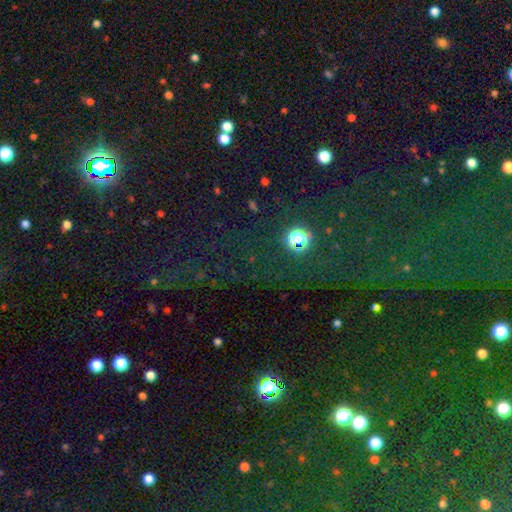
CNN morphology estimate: This appears to be a star or artifact, not a galaxy (74%).